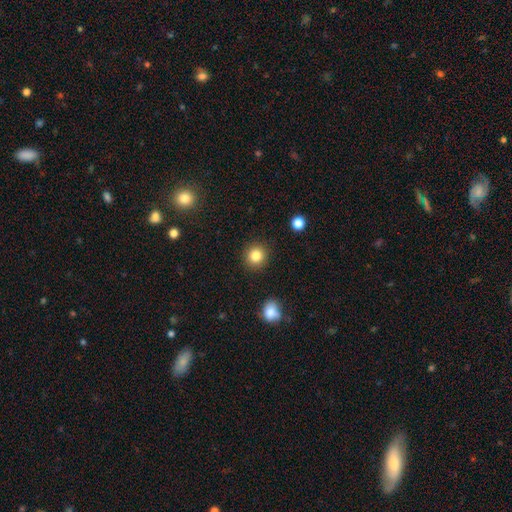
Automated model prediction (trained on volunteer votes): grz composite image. It shows a smooth galaxy with no disk features (85%) that is round (91%). Merging: none (90%).